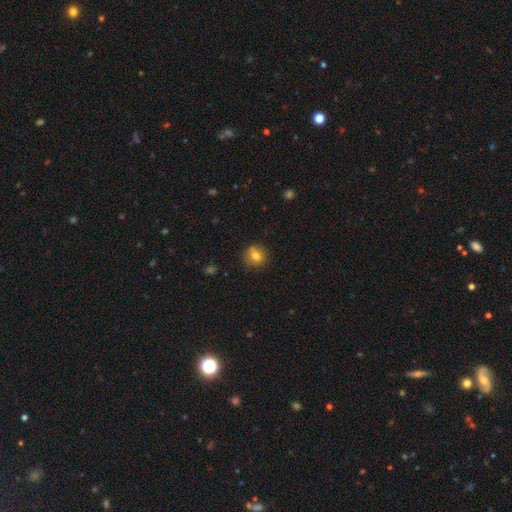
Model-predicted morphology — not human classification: Smooth or featured: smooth — 77% (featured or disk — 12%)
How rounded: round — 85% (in between — 14%)
Merging: none — 78% (minor disturbance — 14%)